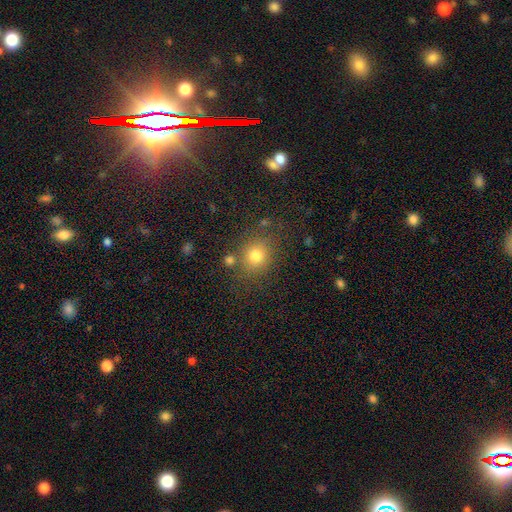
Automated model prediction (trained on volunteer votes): This appears to be a smooth galaxy with no disk features (75%) that is round (79%). Merging: none (77%).